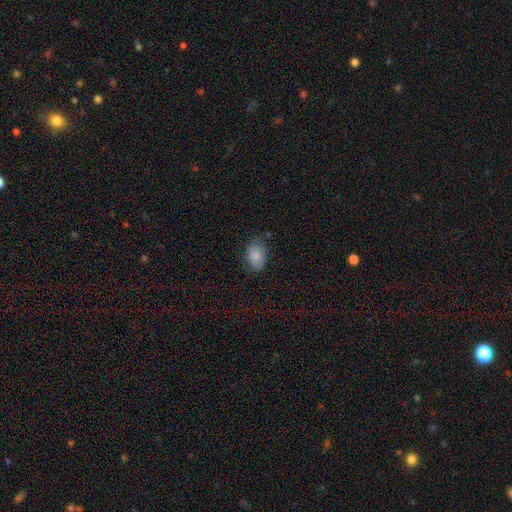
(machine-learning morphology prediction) This appears to be a smooth galaxy with no disk features (84%) that is in between round and cigar-shaped (81%). Merging: none (74%).